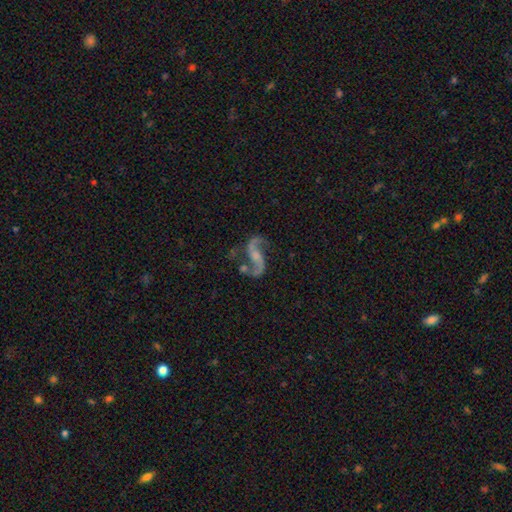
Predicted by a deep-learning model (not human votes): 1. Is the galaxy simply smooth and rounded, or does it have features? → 89% featured or disk, 6% star or artifact, 5% smooth.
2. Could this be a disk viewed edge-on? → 97% no, 3% yes.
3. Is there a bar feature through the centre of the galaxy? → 46% no, 38% weak, 16% strong.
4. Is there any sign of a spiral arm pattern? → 96% yes, 4% no.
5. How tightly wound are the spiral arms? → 77% loose, 19% medium, 3% tight.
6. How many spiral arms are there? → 93% 2, 3% 1, 2% can't tell, 1% 3, 1% 4, 1% more than 4.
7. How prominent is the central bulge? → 39% small, 33% none, 23% moderate, 4% large, 1% dominant.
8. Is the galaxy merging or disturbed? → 64% none, 16% minor disturbance, 12% major disturbance, 8% merger.